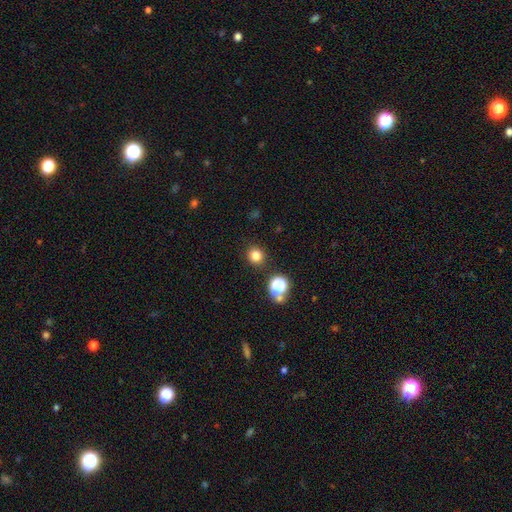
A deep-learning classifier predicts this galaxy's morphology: This is likely a smooth galaxy (80%). How rounded: clearly round (89%). Merging: clearly none (89%).